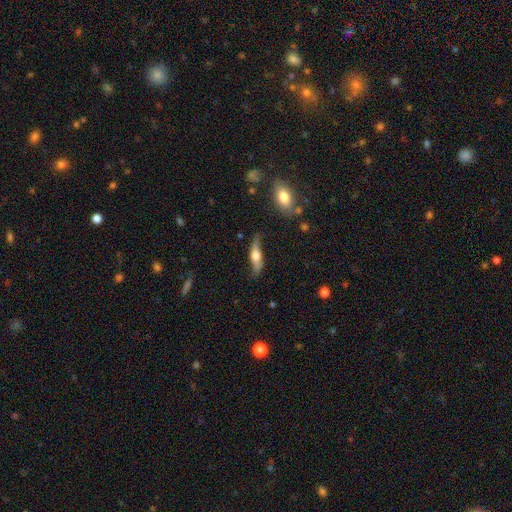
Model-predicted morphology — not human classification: Smooth or featured? featured or disk (63%)
Edge-on disk? yes (77%)
Merging? none (68%)